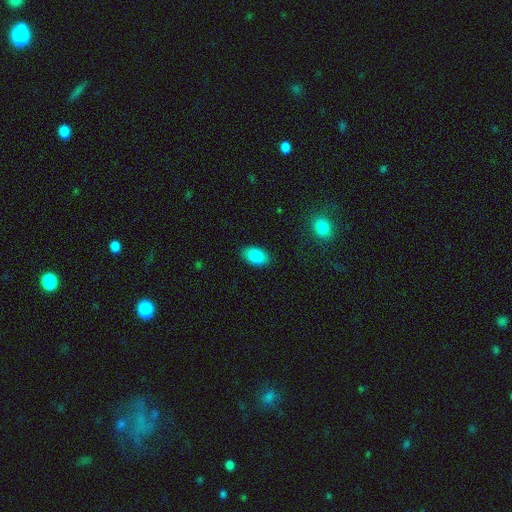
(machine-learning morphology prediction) type=smooth (88%); roundness=in between (93%); merging=none (86%).